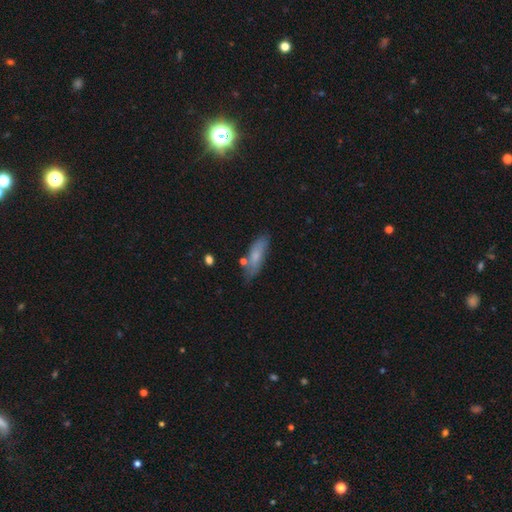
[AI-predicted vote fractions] A smooth galaxy with no disk features (73%) that is in between round and cigar-shaped (55%). Merging: none (60%).